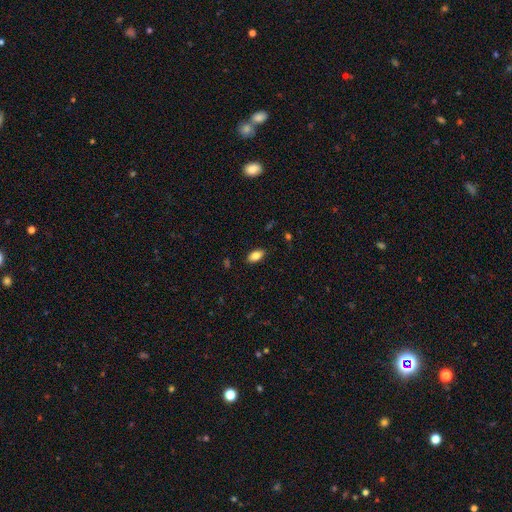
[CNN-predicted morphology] A smooth galaxy with no disk features (84%) that is in between round and cigar-shaped (92%).

Vote fractions:
- Smooth or featured? smooth: 84% / featured or disk: 8% / star or artifact: 8%
- How rounded? in between: 92% / round: 4% / cigar-shaped: 4%
- Merging? none: 88% / minor disturbance: 9% / major disturbance: 2% / merger: 1%